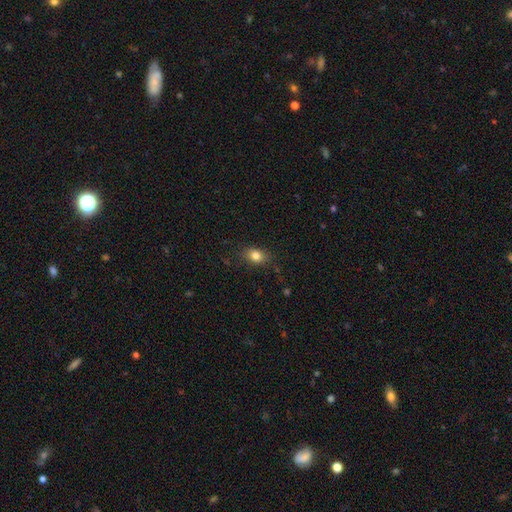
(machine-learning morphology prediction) A smooth galaxy with no disk features (82%) that is in between round and cigar-shaped (67%). Merging: none (83%).